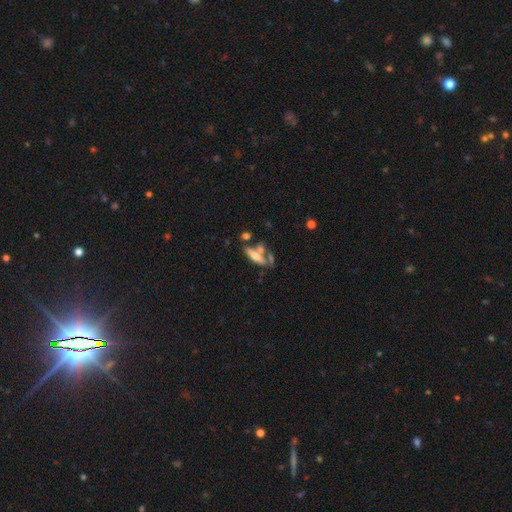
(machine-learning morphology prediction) Overall: smooth (51%; featured or disk 41%). How rounded: cigar-shaped (53%; in between 44%). Merging: none (47%; merger 29%).